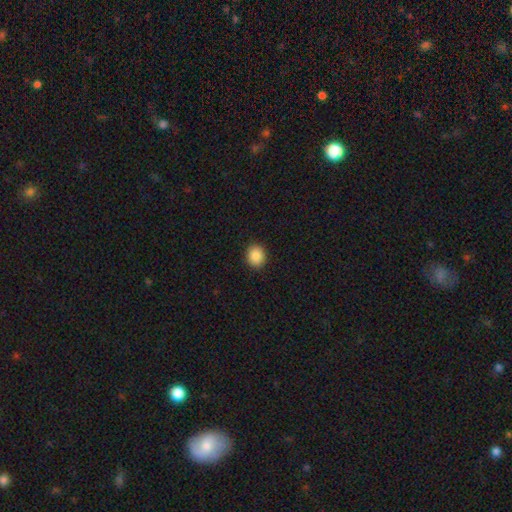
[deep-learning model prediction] The model was most divided on "how rounded": round: 72%, in between: 27%, cigar-shaped: 1%. More confident: merging — none (92%); smooth or featured — smooth (88%).